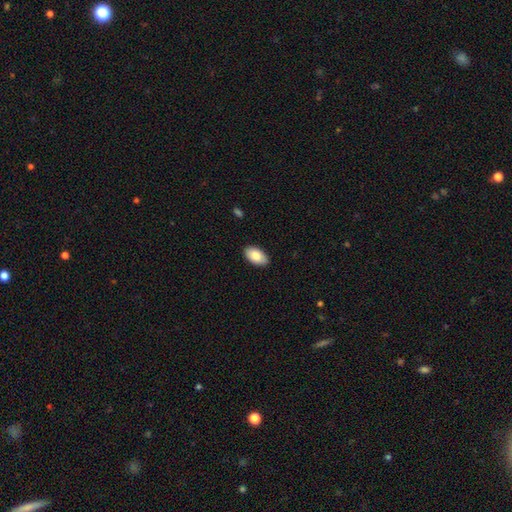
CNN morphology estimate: Smooth or featured?
  - smooth: 84% *
  - featured or disk: 9%
  - star or artifact: 6%
How rounded?
  - in between: 95% *
  - round: 4%
  - cigar-shaped: 1%
Merging?
  - none: 88% *
  - minor disturbance: 9%
  - major disturbance: 2%
  - merger: 1%